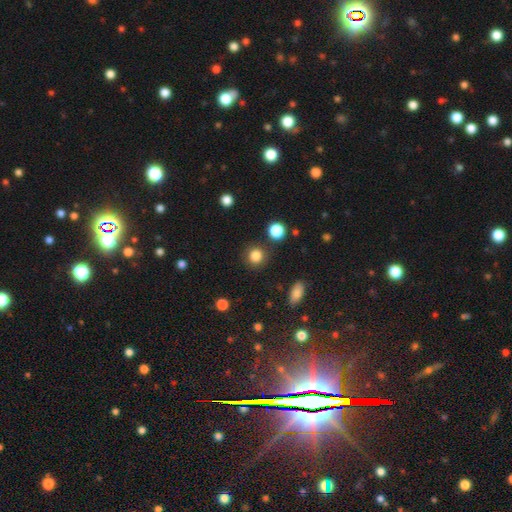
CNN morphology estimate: type=smooth (85%); roundness=round (89%); merging=none (85%).